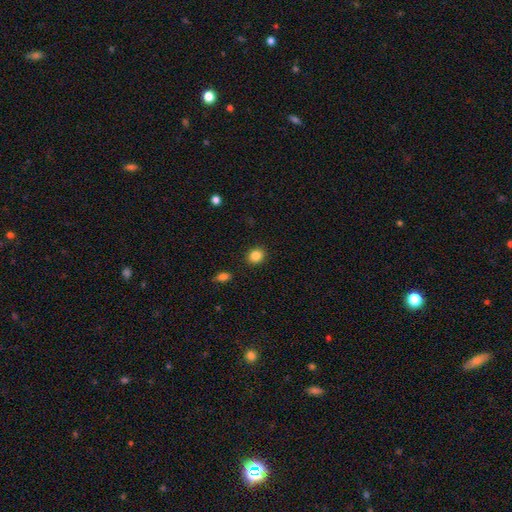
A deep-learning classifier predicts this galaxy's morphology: Smooth or featured? Predicted: smooth (p=0.85). How rounded? Predicted: round (p=0.71). Merging? Predicted: none (p=0.90).